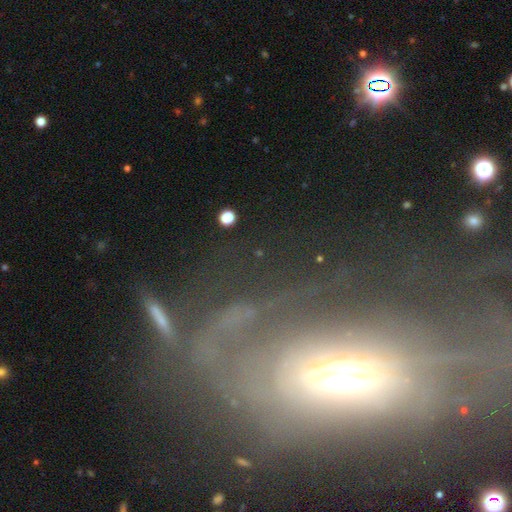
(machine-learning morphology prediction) This appears to be a featured or disk galaxy (70%) with no bar (61%), spiral arms (63%) and a moderate central bulge (56%). Merging: none (50%).